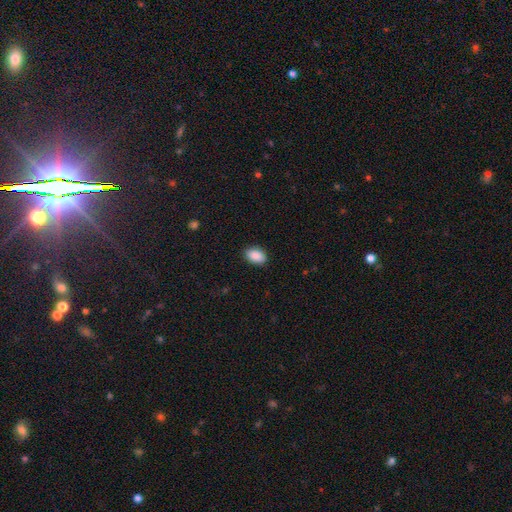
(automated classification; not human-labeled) Smooth or featured? smooth (90%)
How rounded? in between (89%)
Merging? none (89%)